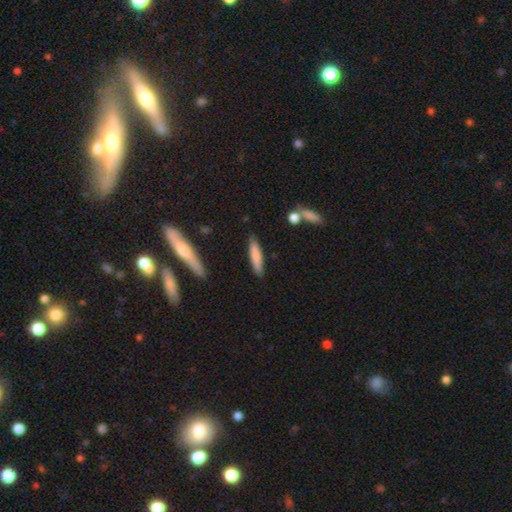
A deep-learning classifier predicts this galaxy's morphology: Smooth or featured? smooth (76%)
How rounded? cigar-shaped (85%)
Merging? none (85%)